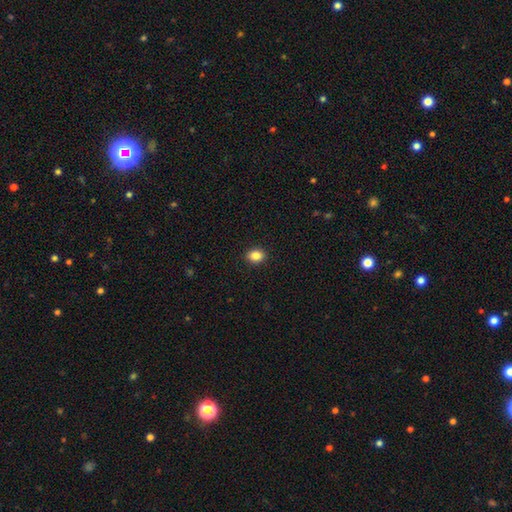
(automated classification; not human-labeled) Smooth or featured? smooth (86%)
How rounded? in between (52%)
Merging? none (91%)